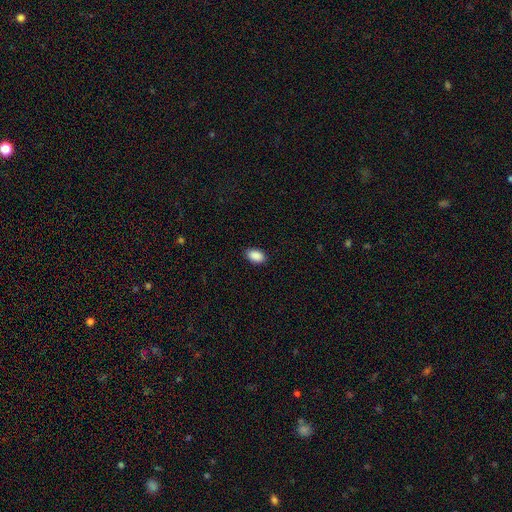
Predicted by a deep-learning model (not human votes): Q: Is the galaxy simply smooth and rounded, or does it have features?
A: smooth — 90%.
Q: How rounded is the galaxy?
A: in between — 91%.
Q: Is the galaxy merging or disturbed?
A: none — 89%.